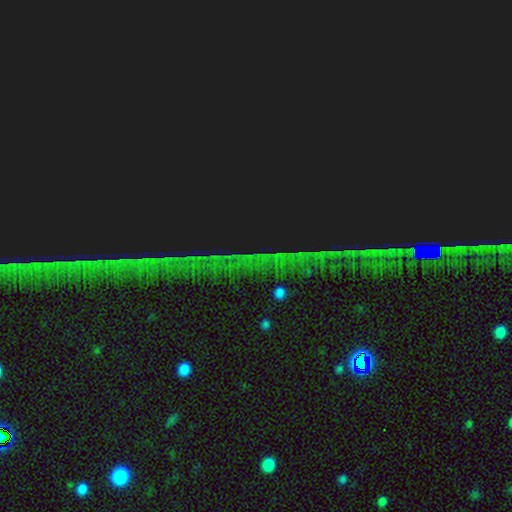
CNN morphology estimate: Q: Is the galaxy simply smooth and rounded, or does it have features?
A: star or artifact — 88%.